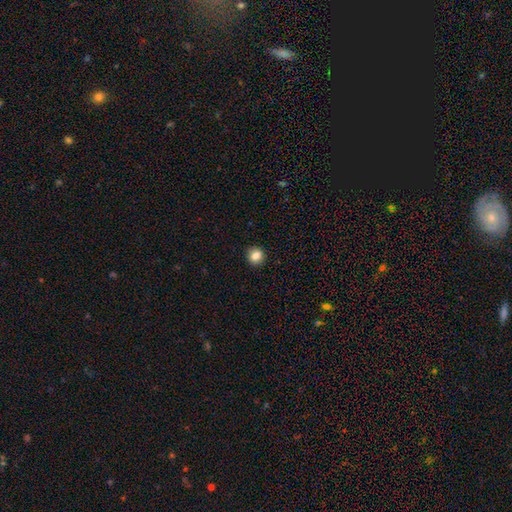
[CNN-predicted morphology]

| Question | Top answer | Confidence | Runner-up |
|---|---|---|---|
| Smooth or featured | smooth | 85% | star or artifact (10%) |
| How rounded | round | 90% | in between (9%) |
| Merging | none | 93% | minor disturbance (5%) |